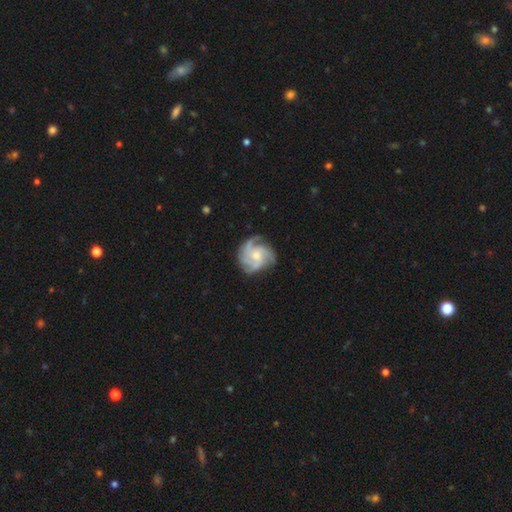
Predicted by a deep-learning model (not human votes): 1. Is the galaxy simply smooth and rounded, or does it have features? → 85% featured or disk, 10% smooth, 5% star or artifact.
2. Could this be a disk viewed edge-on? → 98% no, 2% yes.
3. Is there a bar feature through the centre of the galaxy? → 71% no, 26% weak, 3% strong.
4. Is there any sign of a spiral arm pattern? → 97% yes, 3% no.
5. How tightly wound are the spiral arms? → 47% tight, 42% medium, 11% loose.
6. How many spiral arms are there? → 37% 4, 34% 3, 12% can't tell, 6% 2, 6% more than 4, 5% 1.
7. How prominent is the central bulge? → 46% small (tied), 46% moderate (tied), 4% none, 3% large, 1% dominant.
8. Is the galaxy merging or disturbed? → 74% none, 17% minor disturbance, 7% major disturbance, 1% merger.